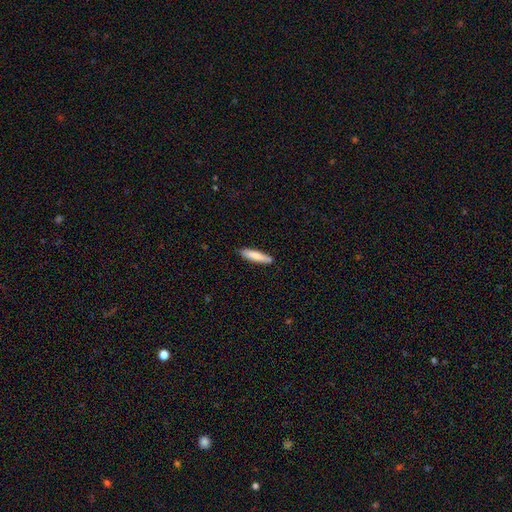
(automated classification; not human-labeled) Smooth or featured: smooth — 80% (featured or disk — 15%)
How rounded: cigar-shaped — 82% (in between — 16%)
Merging: none — 86% (minor disturbance — 11%)